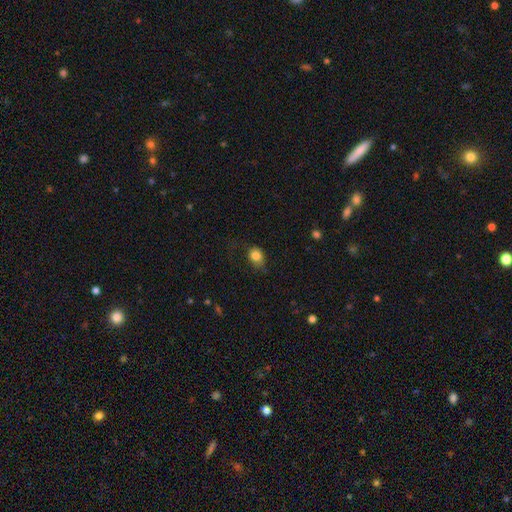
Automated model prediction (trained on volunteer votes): Smooth or featured? smooth (83%)
How rounded? in between (50%)
Merging? none (60%)